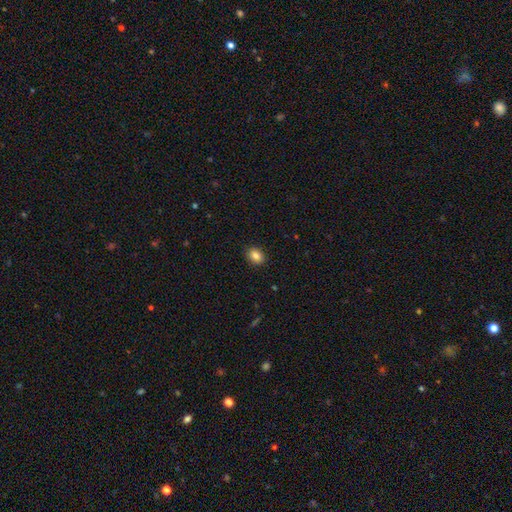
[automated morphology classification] The model was most divided on "how rounded": in between: 63%, round: 35%, cigar-shaped: 1%. More confident: merging — none (90%); smooth or featured — smooth (85%).